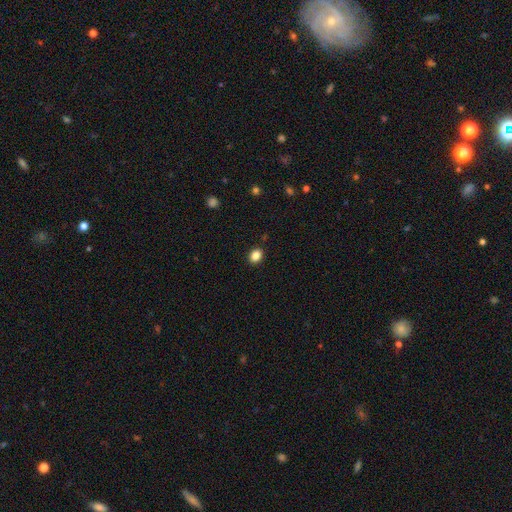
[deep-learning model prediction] The model was most divided on "how rounded": in between: 59%, round: 40%, cigar-shaped: 1%. More confident: merging — none (90%); smooth or featured — smooth (86%).